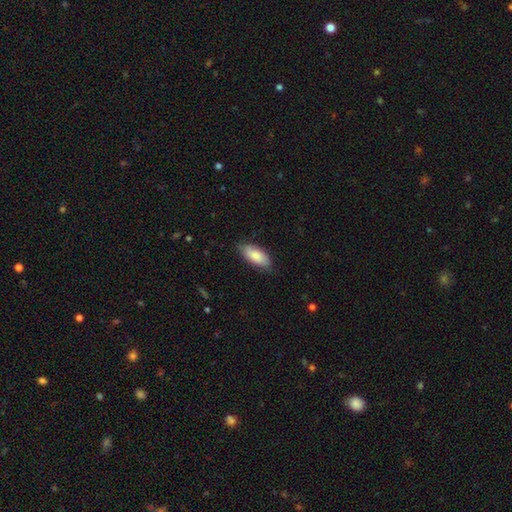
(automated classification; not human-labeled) This appears to be a smooth galaxy with no disk features (83%) that is in between round and cigar-shaped (87%). Merging: none (78%).